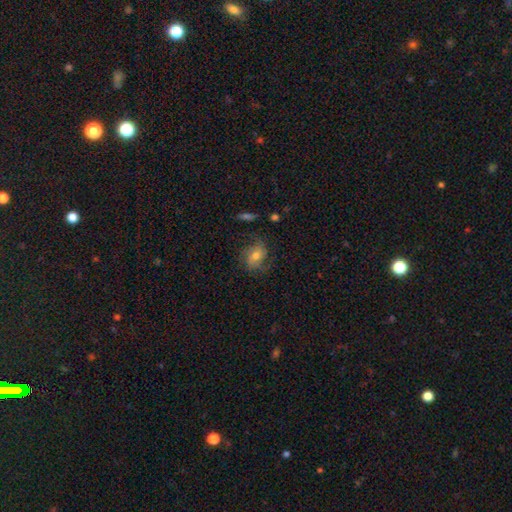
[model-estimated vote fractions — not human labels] The model was most divided on "bulge size": moderate: 59%, small: 33%, large: 5%, none: 2%, dominant: 1%. More confident: edge-on disk — no (96%); spiral arms — yes (87%); merging — none (66%); bar — no (64%); smooth or featured — featured or disk (57%).